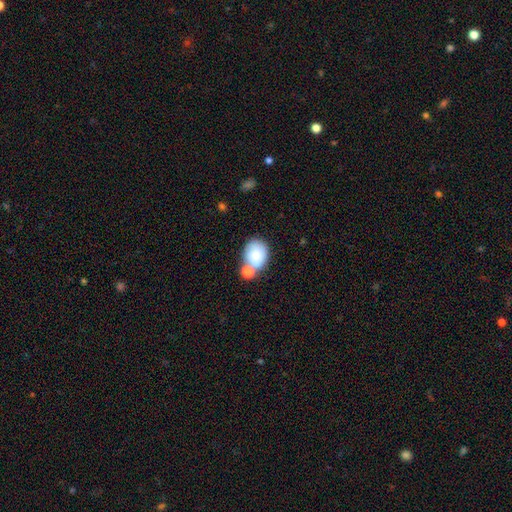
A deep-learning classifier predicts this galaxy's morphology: Smooth or featured? Predicted: smooth (p=0.77). How rounded? Predicted: in between (p=0.62). Merging? Predicted: none (p=0.44).